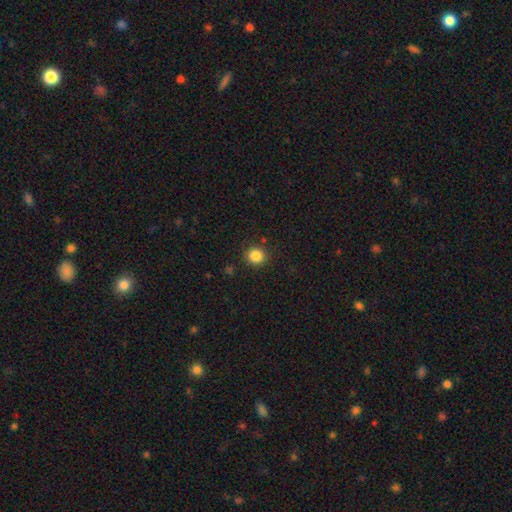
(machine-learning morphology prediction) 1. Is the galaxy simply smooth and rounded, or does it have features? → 85% smooth, 11% star or artifact, 4% featured or disk.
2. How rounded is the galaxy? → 89% round, 10% in between, 1% cigar-shaped.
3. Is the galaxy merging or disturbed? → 89% none, 8% minor disturbance, 2% major disturbance, 2% merger.